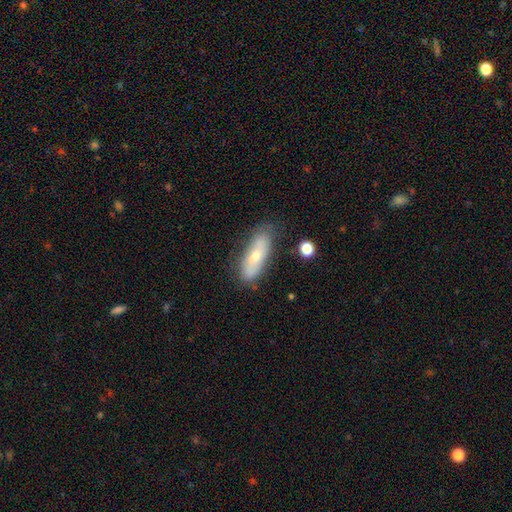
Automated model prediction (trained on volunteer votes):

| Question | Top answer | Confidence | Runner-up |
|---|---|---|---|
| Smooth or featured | smooth | 56% | featured or disk (36%) |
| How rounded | in between | 63% | cigar-shaped (35%) |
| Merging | none | 74% | minor disturbance (19%) |